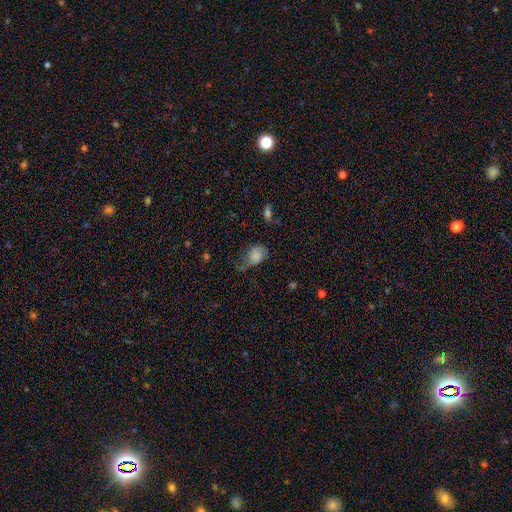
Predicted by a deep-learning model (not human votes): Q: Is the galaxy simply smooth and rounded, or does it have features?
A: smooth — 69%.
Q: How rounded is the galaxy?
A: in between — 64%.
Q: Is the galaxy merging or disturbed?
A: minor disturbance — 36%.